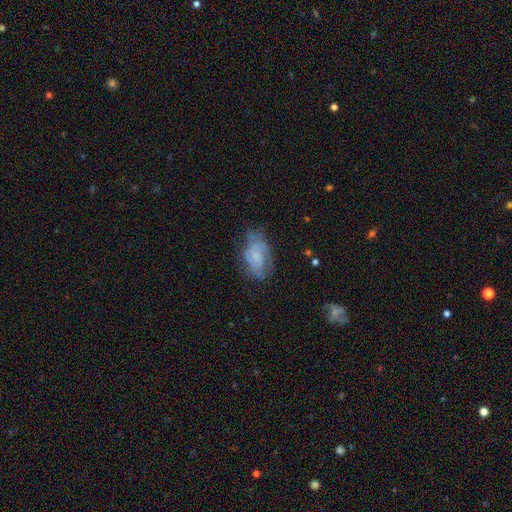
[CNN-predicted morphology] Overall: featured or disk (49%; smooth 42%). Merging: none (57%; minor disturbance 27%).